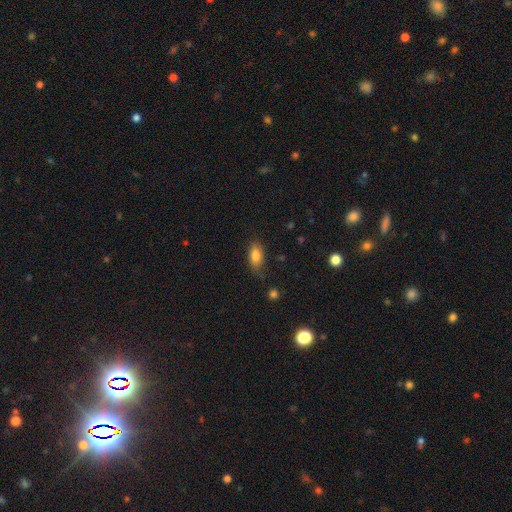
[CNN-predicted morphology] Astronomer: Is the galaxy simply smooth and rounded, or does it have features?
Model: smooth — 81%.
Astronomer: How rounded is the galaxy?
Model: in between — 86%.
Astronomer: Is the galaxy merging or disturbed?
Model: none — 73%.